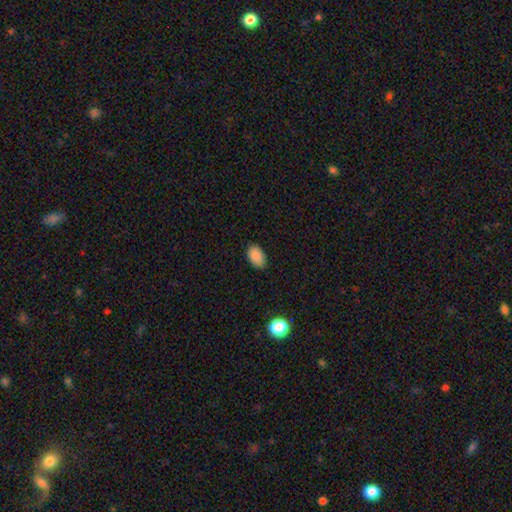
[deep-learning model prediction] Smooth or featured: smooth — 88% (star or artifact — 8%)
How rounded: in between — 90% (round — 8%)
Merging: none — 85% (minor disturbance — 12%)